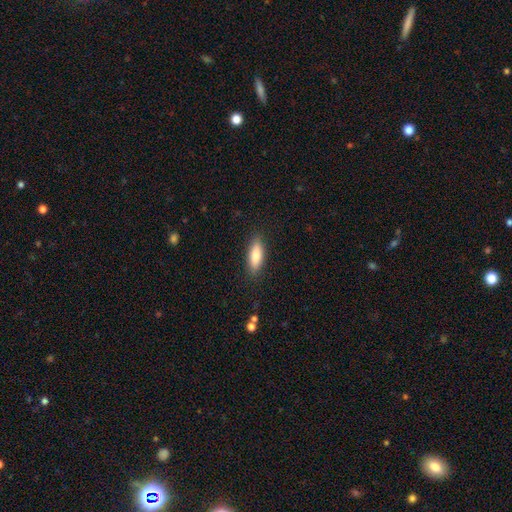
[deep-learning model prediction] A smooth galaxy with no disk features (83%) that is in between round and cigar-shaped (60%).

Vote fractions:
- Smooth or featured? smooth: 83% / featured or disk: 11% / star or artifact: 6%
- How rounded? in between: 60% / cigar-shaped: 39% / round: 2%
- Merging? none: 87% / minor disturbance: 9% / major disturbance: 2% / merger: 1%